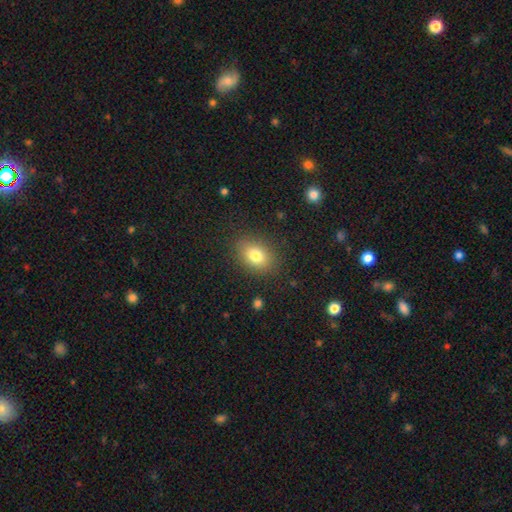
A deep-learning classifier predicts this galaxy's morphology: Q: Smooth or featured?
A: smooth (79%); runner-up: featured or disk (11%)
Q: How rounded?
A: in between (75%); runner-up: round (24%)
Q: Merging?
A: none (86%); runner-up: minor disturbance (10%)